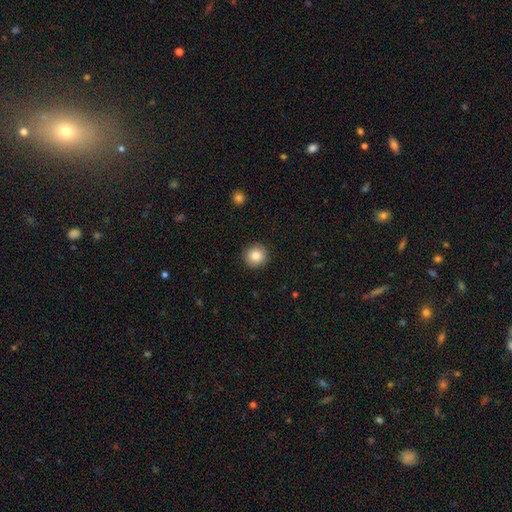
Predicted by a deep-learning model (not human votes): This appears to be a smooth galaxy with no disk features (86%) that is round (95%). Merging: none (92%).